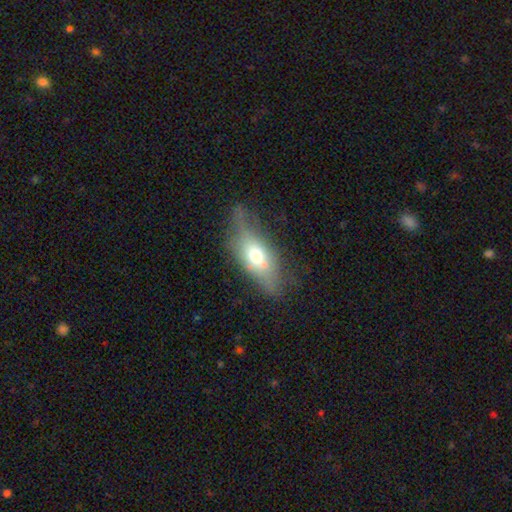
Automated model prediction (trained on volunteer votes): smooth-or-featured: smooth: 55% | featured or disk: 37% | star or artifact: 9%
  how-rounded: in between: 74% | cigar-shaped: 20% | round: 5%
  merging: none: 48% | minor disturbance: 28% | major disturbance: 21% | merger: 4%